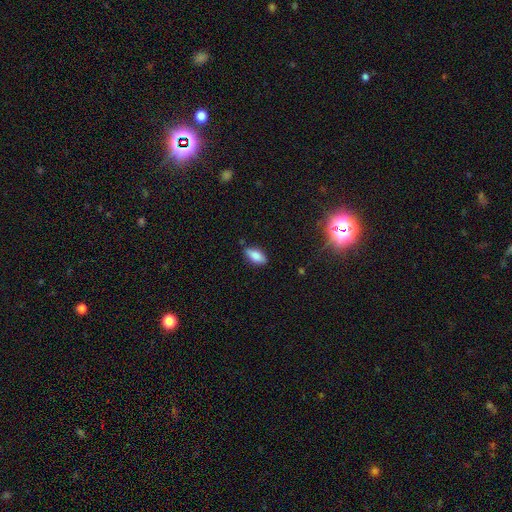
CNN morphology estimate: A smooth galaxy with no disk features (81%) that is in between round and cigar-shaped (86%). Merging: none (79%).